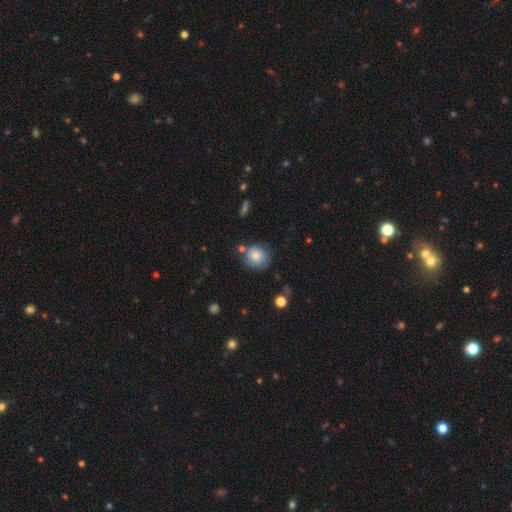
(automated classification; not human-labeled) smooth 72%, featured or disk 19%, star or artifact 9%. Down the decision tree: how rounded — round (85%); merging — none (65%).